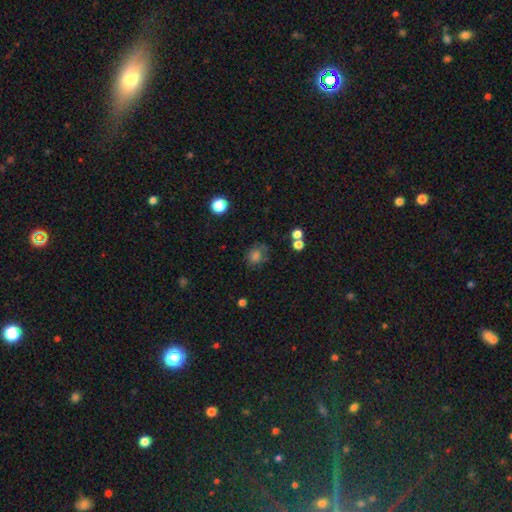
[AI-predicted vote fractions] Smooth or featured? Predicted: smooth (p=0.75). How rounded? Predicted: round (p=0.66). Merging? Predicted: none (p=0.64).